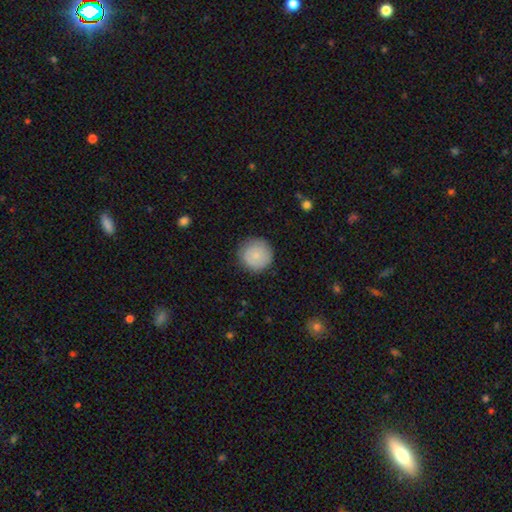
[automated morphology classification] A smooth galaxy with no disk features (80%) that is round (95%).

Vote fractions:
- Smooth or featured? smooth: 80% / featured or disk: 13% / star or artifact: 7%
- How rounded? round: 95% / in between: 4% / cigar-shaped: 1%
- Merging? none: 86% / minor disturbance: 11% / major disturbance: 3% / merger: 1%